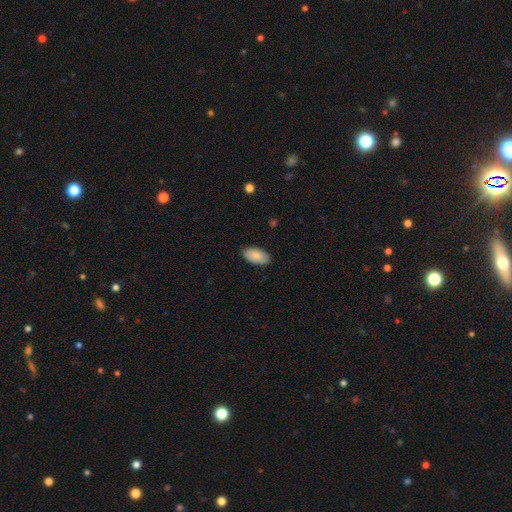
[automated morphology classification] A smooth galaxy with no disk features (86%) that is in between round and cigar-shaped (95%).

Vote fractions:
- Smooth or featured? smooth: 86% / featured or disk: 8% / star or artifact: 6%
- How rounded? in between: 95% / round: 3% / cigar-shaped: 2%
- Merging? none: 86% / minor disturbance: 11% / major disturbance: 2% / merger: 1%